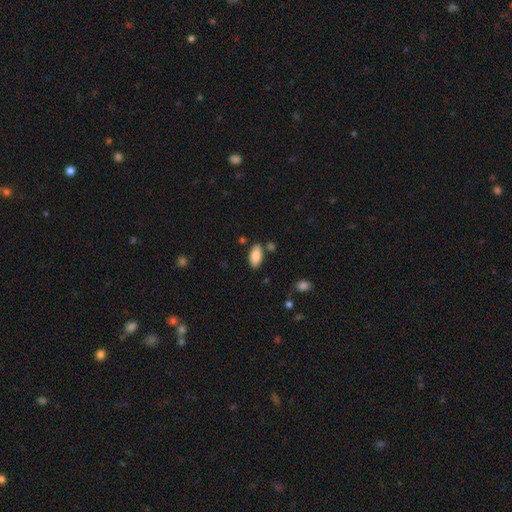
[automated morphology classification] Smooth or featured? Predicted: smooth (p=0.86). How rounded? Predicted: in between (p=0.91). Merging? Predicted: none (p=0.80).